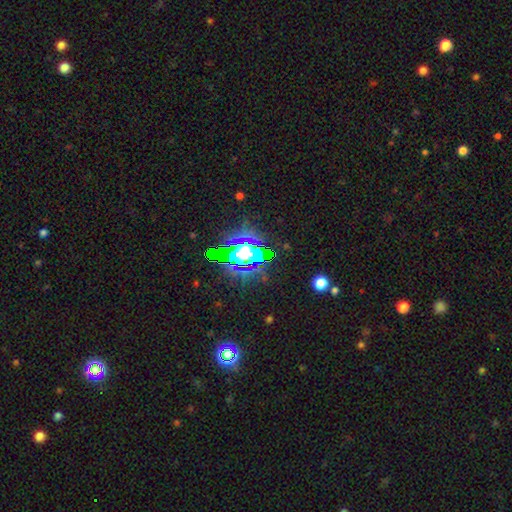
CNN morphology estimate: Smooth or featured? star or artifact (57%)